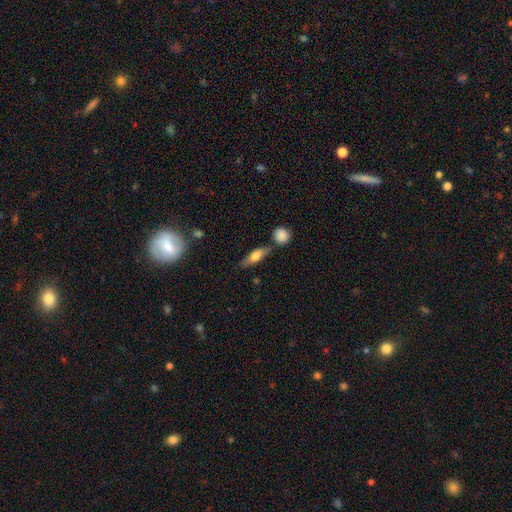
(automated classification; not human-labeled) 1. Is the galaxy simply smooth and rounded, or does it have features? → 57% smooth, 36% featured or disk, 7% star or artifact.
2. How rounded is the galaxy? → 48% cigar-shaped, 47% in between, 5% round.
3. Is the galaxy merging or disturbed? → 74% none, 14% minor disturbance, 8% merger, 4% major disturbance.